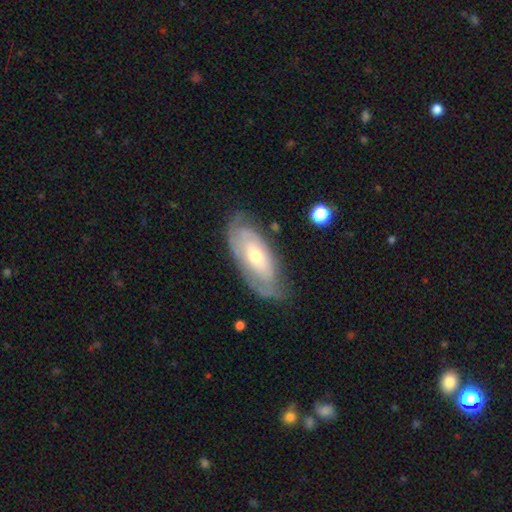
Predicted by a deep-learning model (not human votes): Smooth or featured? featured or disk (64%)
Edge-on disk? no (86%)
Bar? no (72%)
Spiral arms? yes (70%)
Bulge size? moderate (58%)
Merging? none (66%)